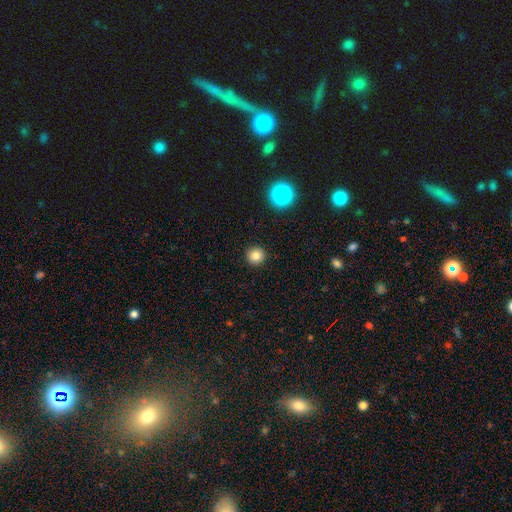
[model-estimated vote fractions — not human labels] Smooth or featured: smooth — 82% (star or artifact — 12%)
How rounded: round — 93% (in between — 6%)
Merging: none — 92% (minor disturbance — 5%)